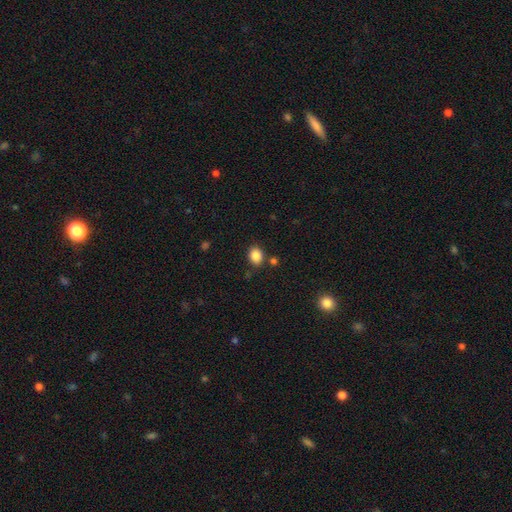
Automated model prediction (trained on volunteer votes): Overall: smooth (86%). How rounded: round (53%; in between 46%). Merging: none (81%).